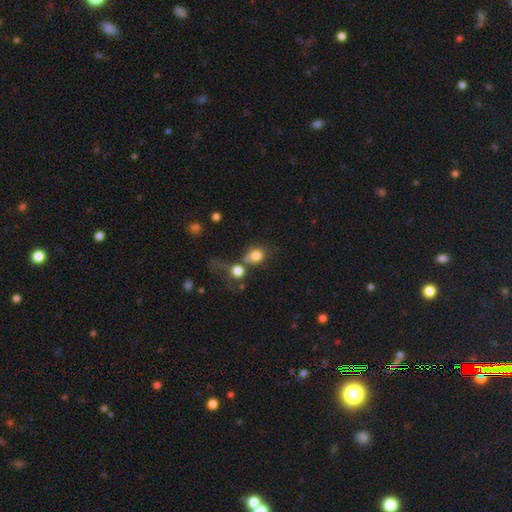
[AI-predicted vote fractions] Smooth or featured? smooth (80%)
How rounded? round (77%)
Merging? none (44%)